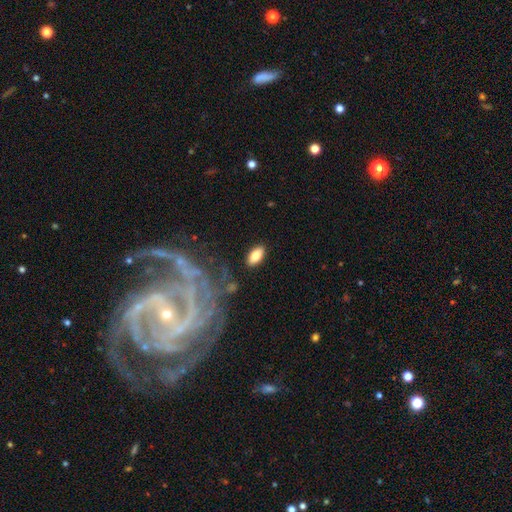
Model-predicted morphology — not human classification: Smooth or featured? Predicted: smooth (p=0.79). How rounded? Predicted: in between (p=0.90). Merging? Predicted: none (p=0.85).